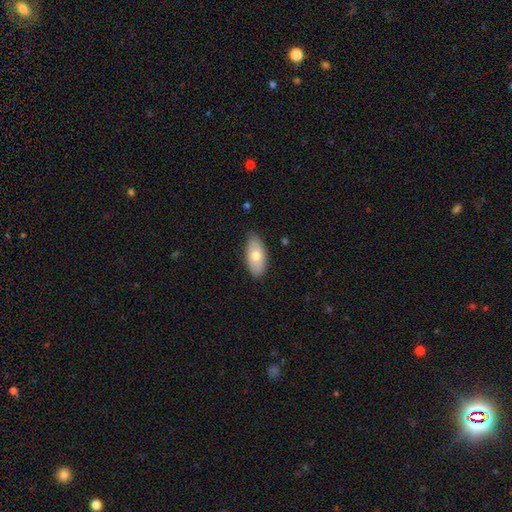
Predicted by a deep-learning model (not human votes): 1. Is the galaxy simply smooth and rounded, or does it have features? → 70% smooth, 24% featured or disk, 6% star or artifact.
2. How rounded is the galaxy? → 92% in between, 5% cigar-shaped, 3% round.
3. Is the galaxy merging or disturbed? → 82% none, 14% minor disturbance, 2% major disturbance, 1% merger.